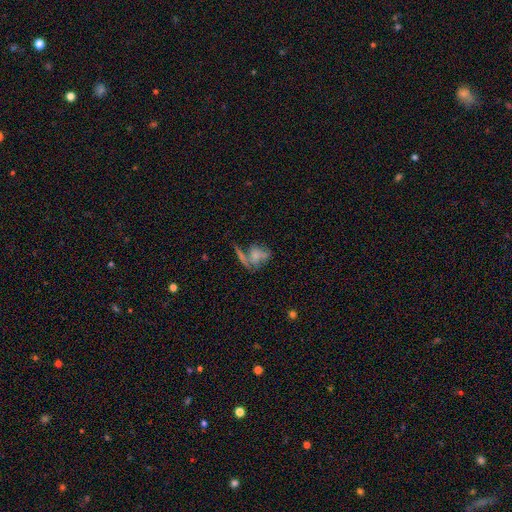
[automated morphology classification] This appears to be a smooth galaxy with no disk features (55%) that is in between round and cigar-shaped (55%). Merging: none (37%).